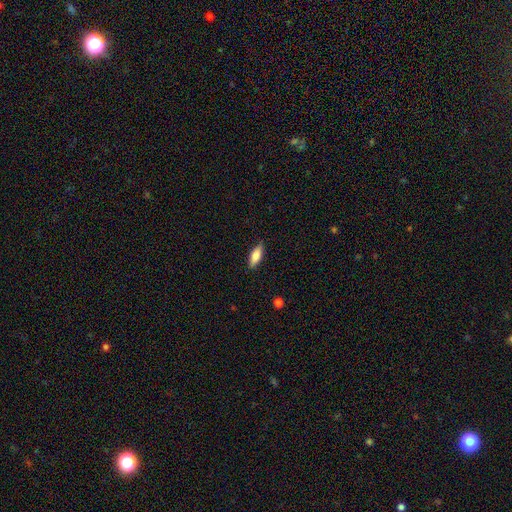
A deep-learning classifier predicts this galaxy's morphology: The model was most divided on "how rounded": in between: 66%, cigar-shaped: 31%, round: 2%. More confident: merging — none (86%); smooth or featured — smooth (77%).